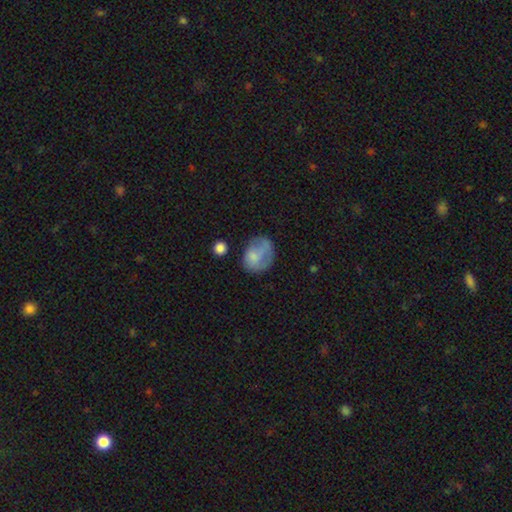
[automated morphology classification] Q: Smooth or featured?
A: smooth (69%); runner-up: featured or disk (23%)
Q: How rounded?
A: in between (51%); runner-up: round (48%)
Q: Merging?
A: none (44%); runner-up: minor disturbance (31%)